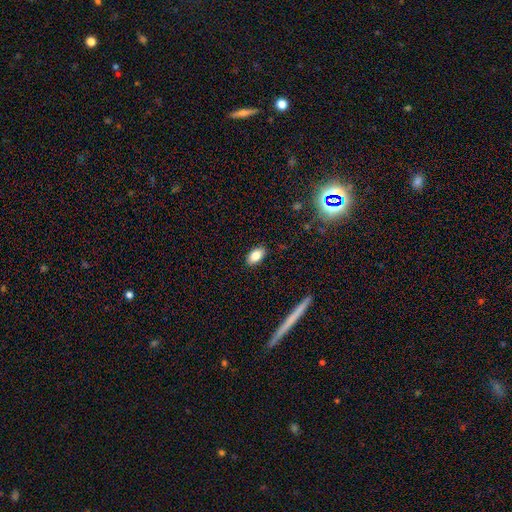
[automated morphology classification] This appears to be a smooth galaxy with no disk features (83%) that is in between round and cigar-shaped (91%). Merging: none (88%).